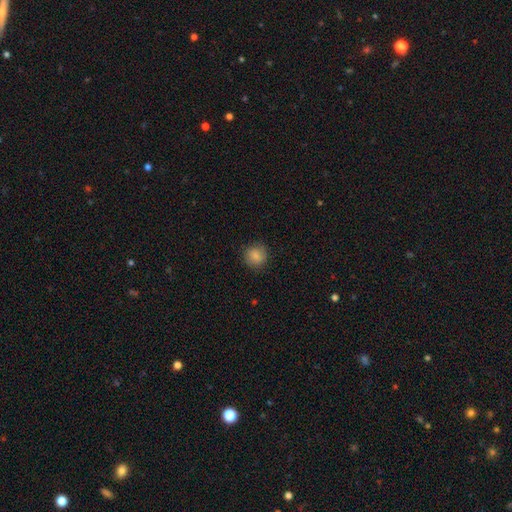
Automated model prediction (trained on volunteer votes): Smooth or featured? smooth (84%)
How rounded? round (88%)
Merging? none (84%)